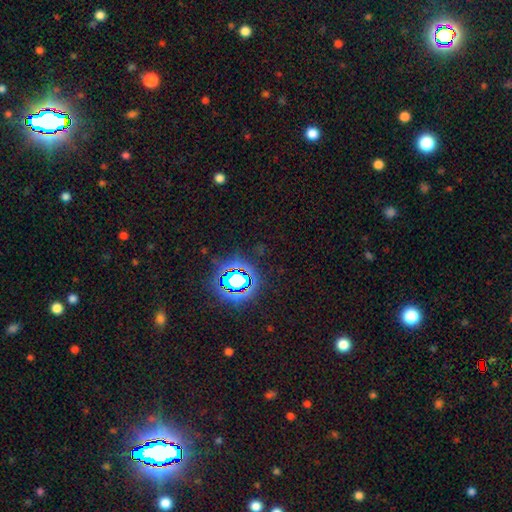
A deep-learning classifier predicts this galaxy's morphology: smooth_or_featured: star or artifact (p=0.80) [alt: smooth p=0.12]